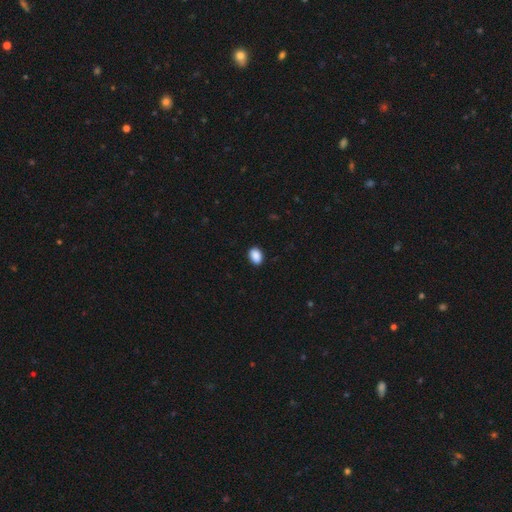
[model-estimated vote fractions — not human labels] Smooth or featured: smooth — 90% (star or artifact — 8%)
How rounded: in between — 79% (round — 20%)
Merging: none — 89% (minor disturbance — 8%)